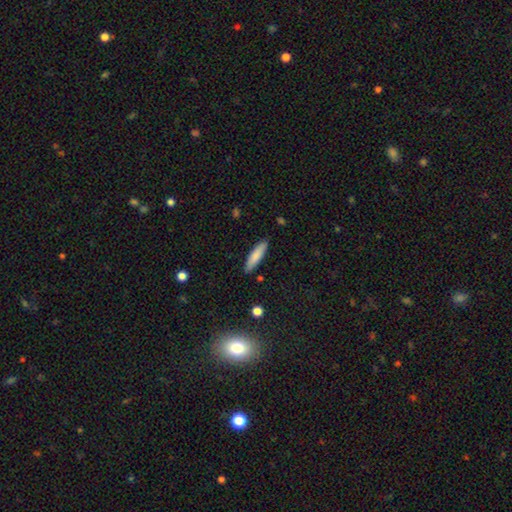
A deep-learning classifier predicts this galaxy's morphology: Overall: smooth (81%). How rounded: cigar-shaped (75%). Merging: none (88%).